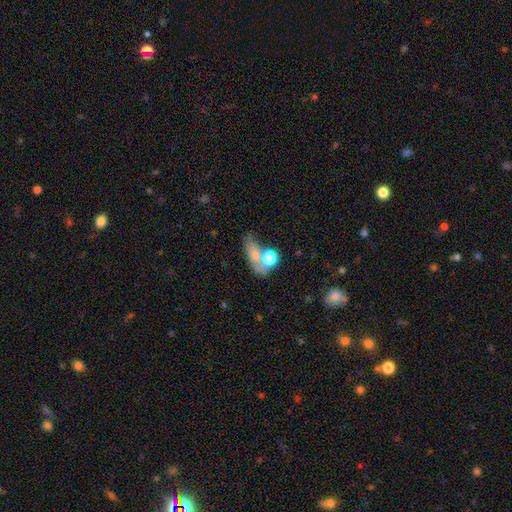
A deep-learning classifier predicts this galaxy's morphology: smooth-or-featured: smooth: 60% | featured or disk: 25% | star or artifact: 15%
  how-rounded: in between: 61% | round: 29% | cigar-shaped: 10%
  merging: merger: 36% | none: 33% | minor disturbance: 16% | major disturbance: 15%